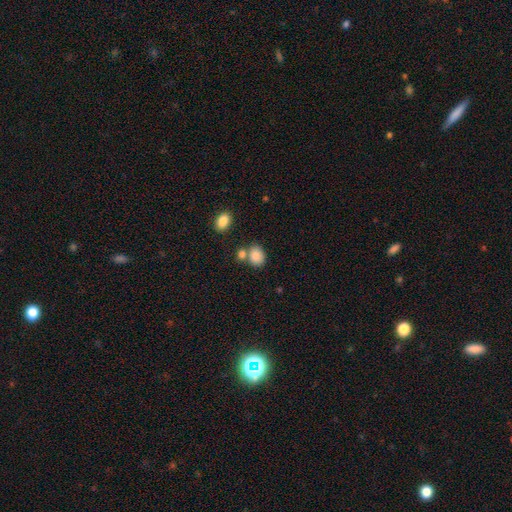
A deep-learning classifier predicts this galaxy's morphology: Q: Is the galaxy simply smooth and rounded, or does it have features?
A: smooth — 85%.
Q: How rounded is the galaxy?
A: round — 53%.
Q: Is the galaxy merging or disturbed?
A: none — 56%.